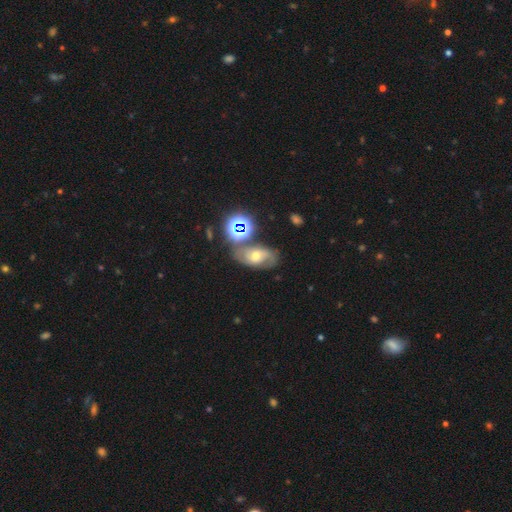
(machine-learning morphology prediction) smooth_or_featured: featured or disk (p=0.44) [alt: smooth p=0.31]
merging: none (p=0.59) [alt: minor disturbance p=0.19]